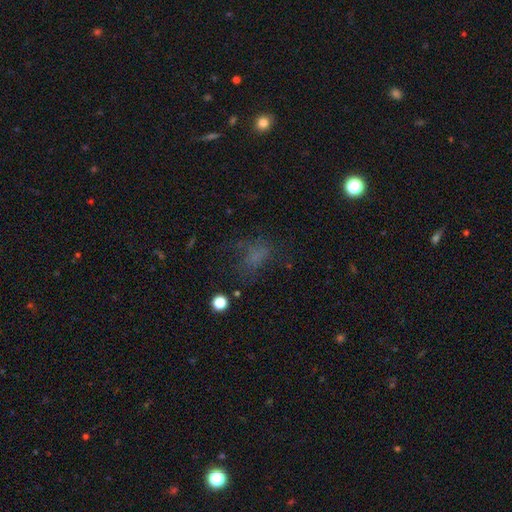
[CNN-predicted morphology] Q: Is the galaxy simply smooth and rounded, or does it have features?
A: smooth — 53%.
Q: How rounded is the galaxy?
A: in between — 68%.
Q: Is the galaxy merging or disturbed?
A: none — 49%.